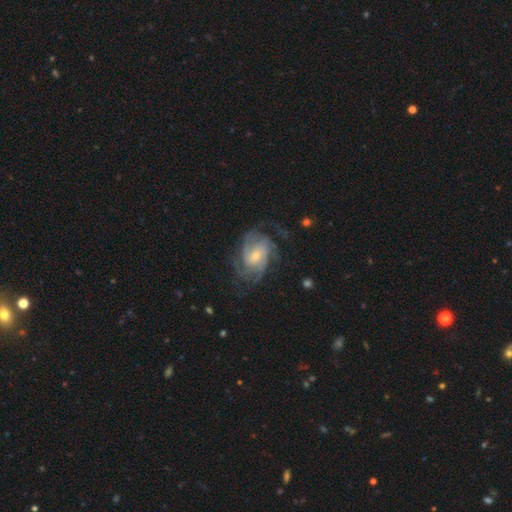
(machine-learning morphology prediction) A featured or disk galaxy (85%) with no bar (54%), 3 (26%) tight (45%) spiral arms (96%) and a small central bulge (59%). Merging: none (63%).